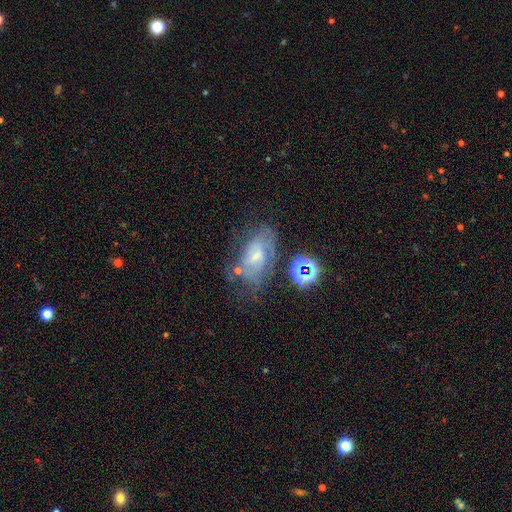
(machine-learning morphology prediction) Overall: featured or disk (61%; smooth 23%). Edge-on disk: no (94%). Bar: no (48%; weak 43%). Spiral arms: yes (78%). Bulge size: small (51%; moderate 32%). Merging: none (52%; minor disturbance 24%).